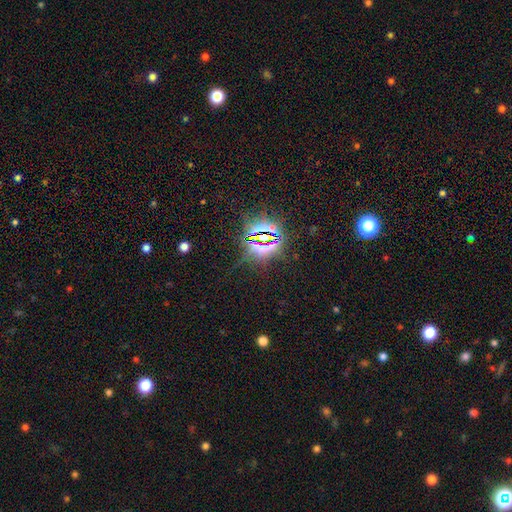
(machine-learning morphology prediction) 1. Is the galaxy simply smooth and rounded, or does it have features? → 83% star or artifact, 11% smooth, 6% featured or disk.